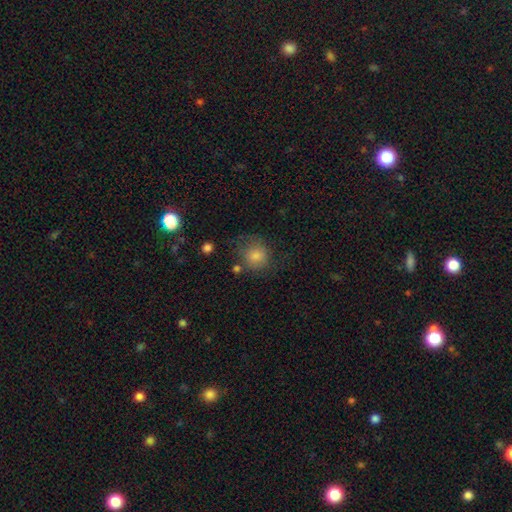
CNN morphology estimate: smooth_or_featured: smooth (p=0.75) [alt: featured or disk p=0.13]
how_rounded: round (p=0.79) [alt: in between p=0.20]
merging: none (p=0.62) [alt: minor disturbance p=0.22]